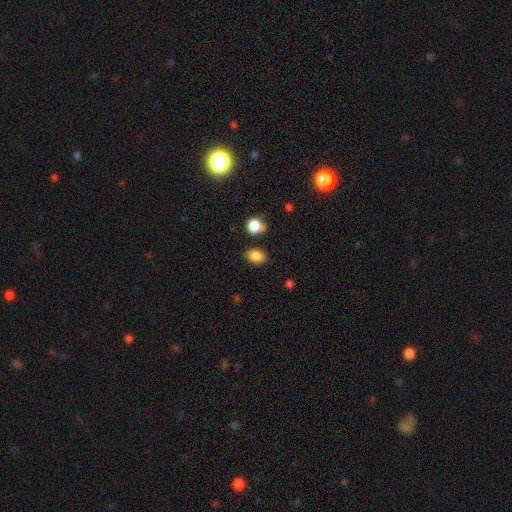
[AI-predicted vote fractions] Morphology: type=smooth (85%); roundness=in between (75%); merging=none (80%).